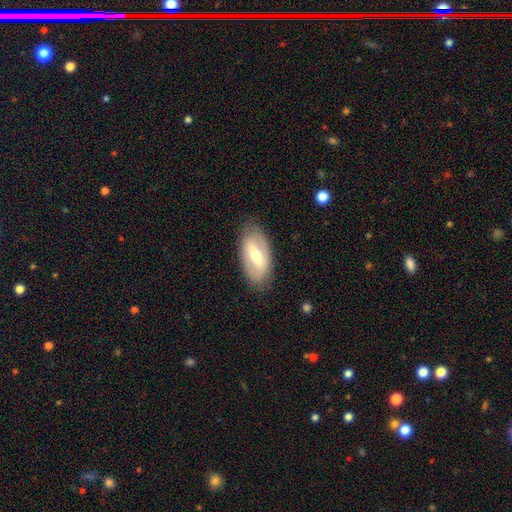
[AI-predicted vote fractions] A featured or disk galaxy (59%) with a strong bar (56%), no spiral arms (65%) and a moderate central bulge (59%).

Vote fractions:
- Smooth or featured? featured or disk: 59% / smooth: 35% / star or artifact: 6%
- Edge-on disk? no: 86% / yes: 14%
- Bar? strong: 56% / weak: 31% / no: 13%
- Spiral arms? no: 65% / yes: 35%
- Bulge size? moderate: 59% / small: 34% / large: 5% / none: 1% / dominant: 1%
- Merging? none: 82% / minor disturbance: 13% / major disturbance: 4% / merger: 1%